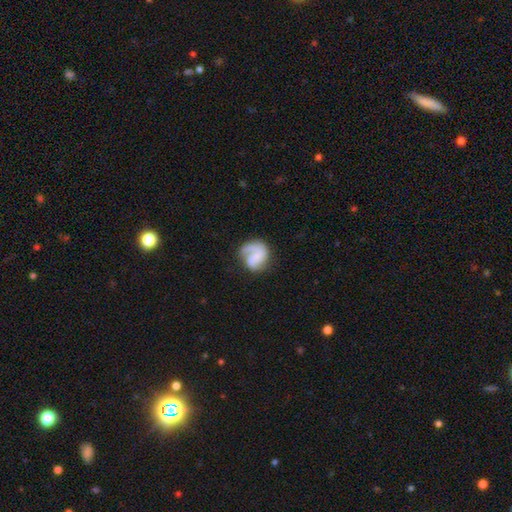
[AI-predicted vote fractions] This appears to be a featured or disk galaxy (65%) with no bar (58%), 1 (51%) medium (42%) spiral arms (91%) and no central bulge (44%). Merging: none (55%).